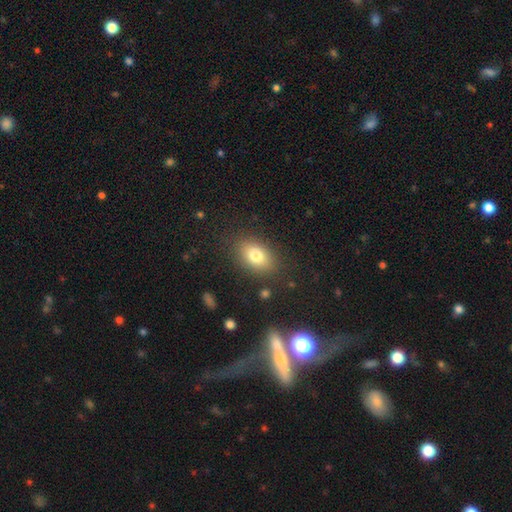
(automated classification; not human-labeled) Overall: smooth (77%). How rounded: in between (81%). Merging: none (84%).